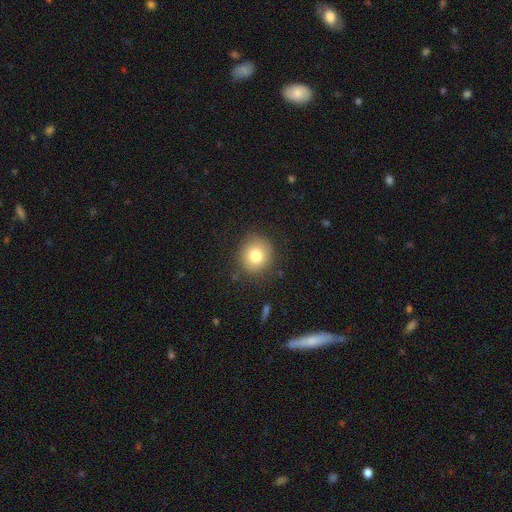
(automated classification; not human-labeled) smooth 79%, star or artifact 11%, featured or disk 10%. Down the decision tree: how rounded — round (87%); merging — none (86%).